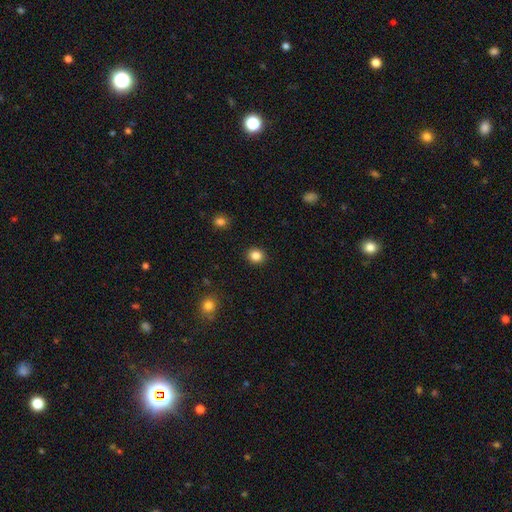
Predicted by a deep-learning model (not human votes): Smooth or featured?
  - smooth: 86% *
  - star or artifact: 11%
  - featured or disk: 4%
How rounded?
  - round: 82% *
  - in between: 17%
  - cigar-shaped: 1%
Merging?
  - none: 92% *
  - minor disturbance: 5%
  - major disturbance: 2%
  - merger: 1%